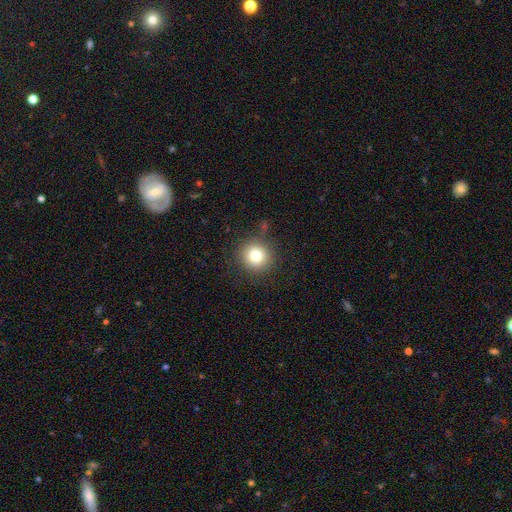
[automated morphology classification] type=smooth (78%); roundness=round (93%); merging=none (85%).